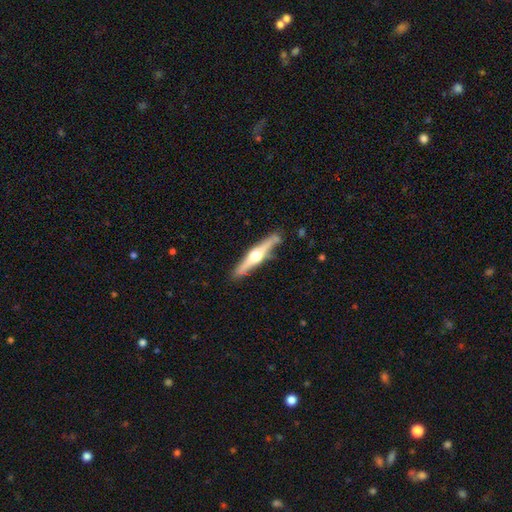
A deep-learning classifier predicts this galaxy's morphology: featured or disk 72%, smooth 23%, star or artifact 5%. Down the decision tree: edge-on disk — yes (97%); edge-on bulge — rounded (94%); merging — none (83%).